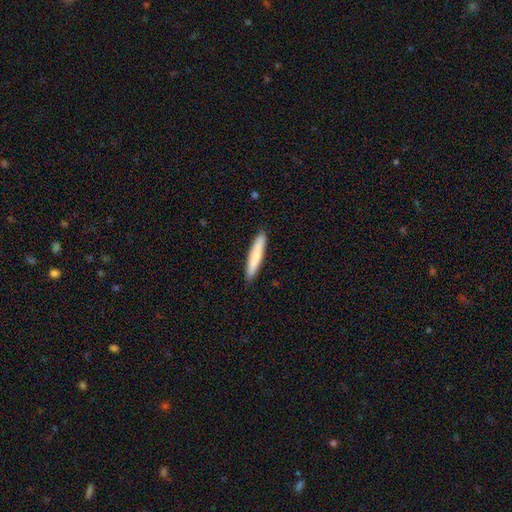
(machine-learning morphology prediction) This is likely a smooth galaxy (76%). How rounded: clearly cigar-shaped (93%). Merging: clearly none (91%).